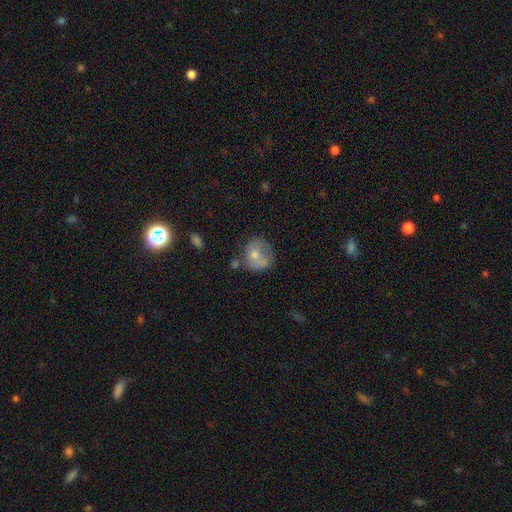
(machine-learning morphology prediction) type=smooth (63%); roundness=round (73%); merging=none (45%).